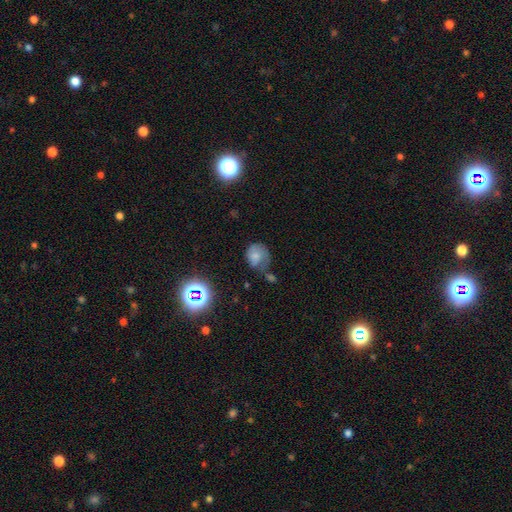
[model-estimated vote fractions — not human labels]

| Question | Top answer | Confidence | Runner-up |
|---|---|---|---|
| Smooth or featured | smooth | 61% | featured or disk (24%) |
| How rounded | round | 66% | in between (33%) |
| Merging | none | 36% | minor disturbance (32%) |